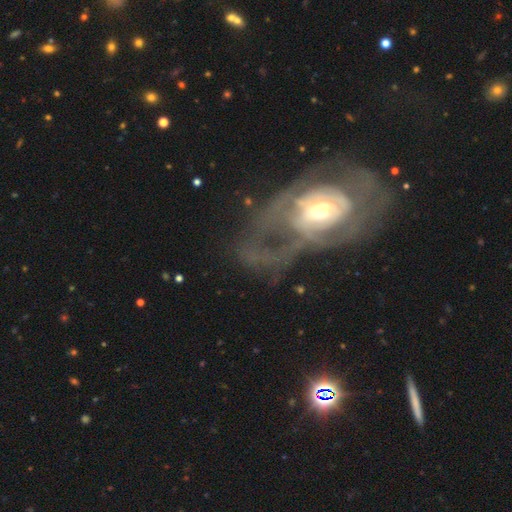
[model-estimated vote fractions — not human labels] Smooth or featured: featured or disk — 75% (smooth — 16%)
Edge-on disk: no — 94% (yes — 6%)
Bar: no — 60% (weak — 27%)
Spiral arms: yes — 59% (no — 41%)
Bulge size: moderate — 54% (small — 32%)
Merging: major disturbance — 40% (none — 39%)